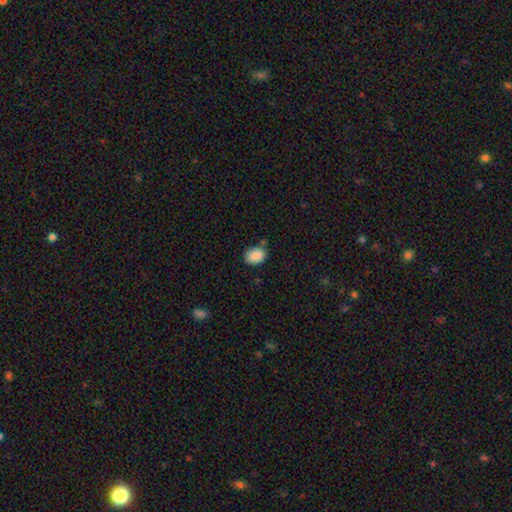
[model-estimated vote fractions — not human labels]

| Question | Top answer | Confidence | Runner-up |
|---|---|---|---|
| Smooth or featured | smooth | 87% | star or artifact (8%) |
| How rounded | in between | 72% | round (27%) |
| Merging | none | 77% | minor disturbance (15%) |